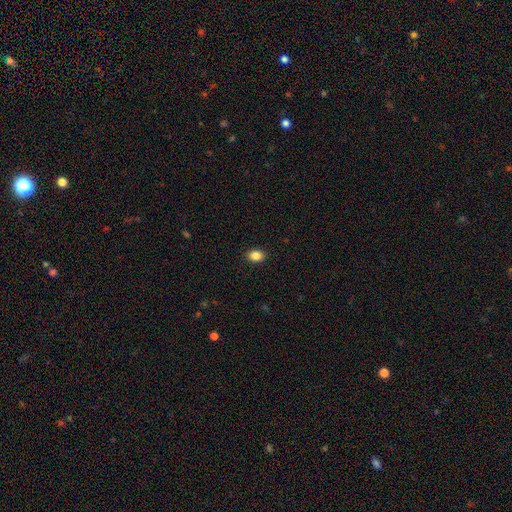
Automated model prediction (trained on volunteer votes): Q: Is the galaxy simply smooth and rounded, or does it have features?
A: smooth — 87%.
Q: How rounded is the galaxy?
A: in between — 72%.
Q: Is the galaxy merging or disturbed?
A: none — 90%.